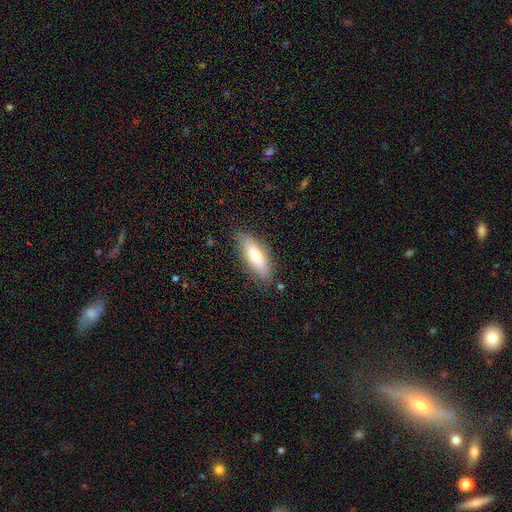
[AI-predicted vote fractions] Morphology: type=smooth (68%); roundness=in between (65%); merging=none (81%).